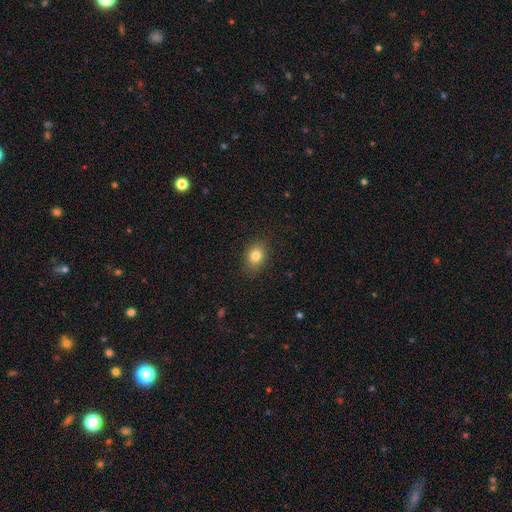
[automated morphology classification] Overall: smooth (81%). How rounded: in between (69%; round 30%). Merging: none (86%).